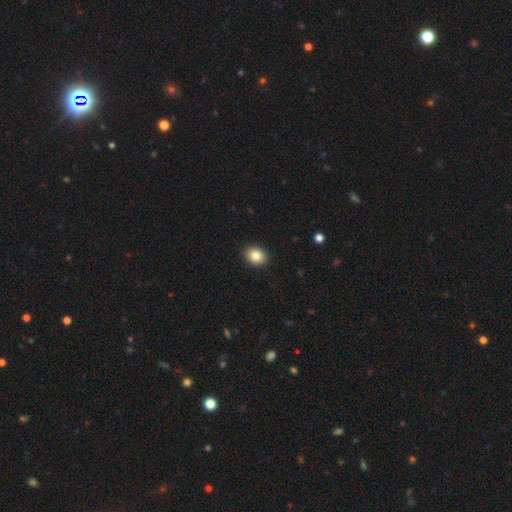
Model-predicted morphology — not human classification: smooth 85%, star or artifact 9%, featured or disk 6%. Down the decision tree: how rounded — round (53%); merging — none (91%).